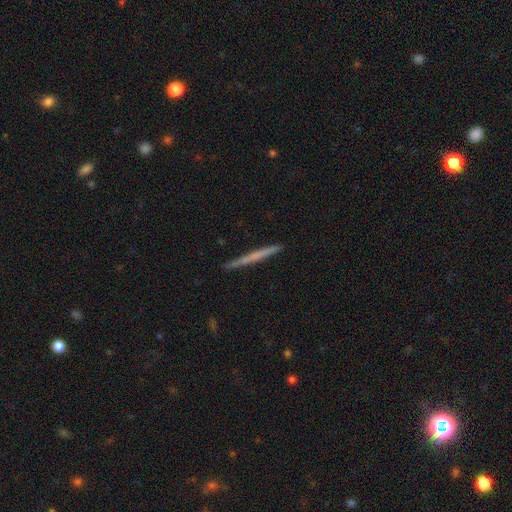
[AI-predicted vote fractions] A featured or disk galaxy (49%).

Vote fractions:
- Smooth or featured? featured or disk: 49% / smooth: 46% / star or artifact: 6%
- Merging? none: 91% / minor disturbance: 6% / major disturbance: 1% / merger: 1%